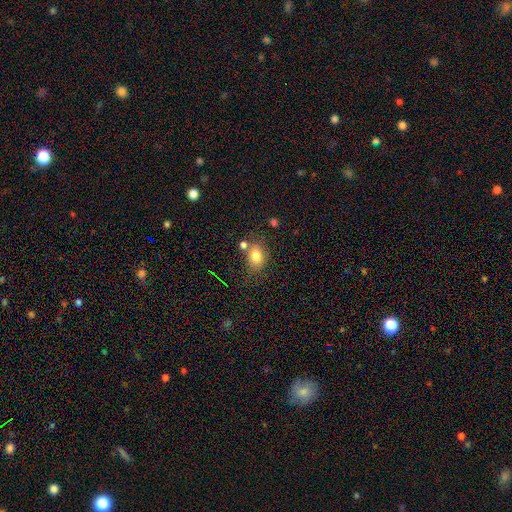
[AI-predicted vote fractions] Morphology: type=smooth (79%); roundness=in between (67%); merging=none (63%).